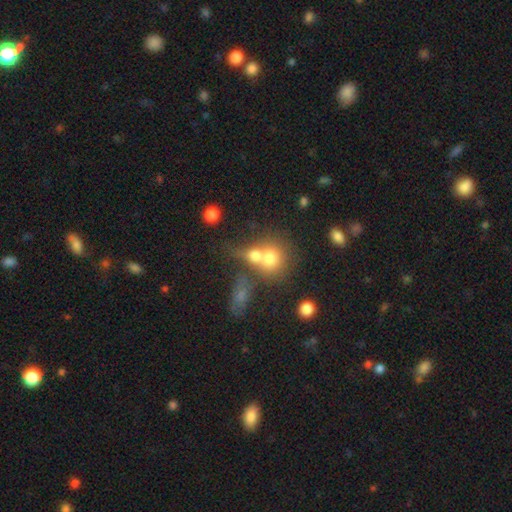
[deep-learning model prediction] A smooth galaxy with no disk features (68%) that is round (68%).

Vote fractions:
- Smooth or featured? smooth: 68% / featured or disk: 19% / star or artifact: 14%
- How rounded? round: 68% / in between: 29% / cigar-shaped: 3%
- Merging? merger: 61% / none: 26% / minor disturbance: 7% / major disturbance: 5%